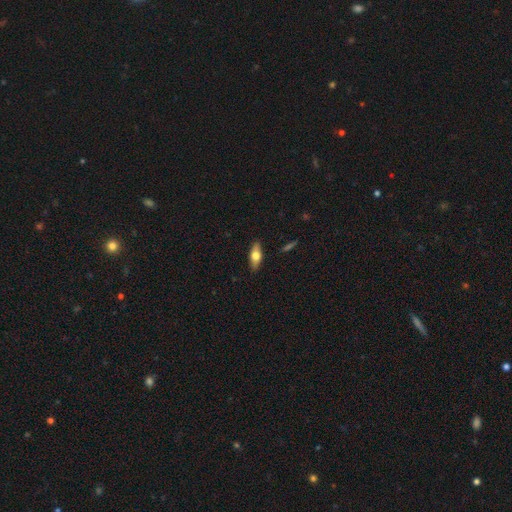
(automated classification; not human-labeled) smooth_or_featured: smooth (p=0.56) [alt: featured or disk p=0.38]
how_rounded: in between (p=0.69) [alt: cigar-shaped p=0.27]
merging: none (p=0.88) [alt: minor disturbance p=0.09]